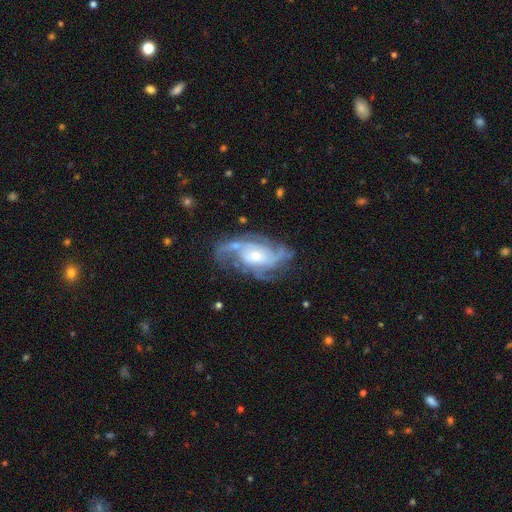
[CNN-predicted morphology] Smooth or featured: featured or disk — 87% (smooth — 8%)
Edge-on disk: no — 96% (yes — 4%)
Bar: no — 66% (weak — 26%)
Spiral arms: yes — 95% (no — 5%)
Spiral winding: medium — 45% (tight — 37%)
Spiral arm count: 3 — 28% (2 — 23%)
Bulge size: small — 55% (moderate — 37%)
Merging: none — 61% (minor disturbance — 19%)